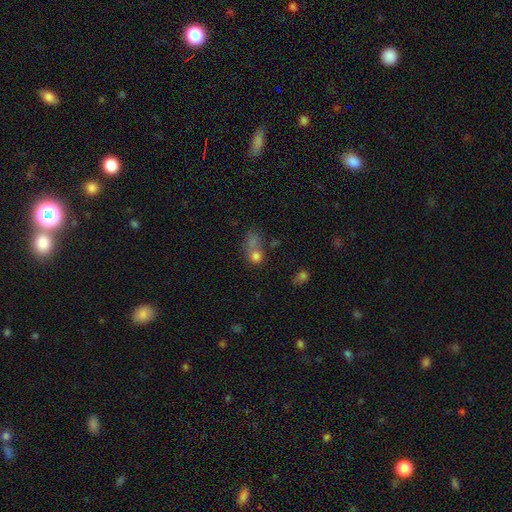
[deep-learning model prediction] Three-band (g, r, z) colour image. It shows a smooth galaxy with no disk features (59%) that is round (63%). Merging: none (38%).